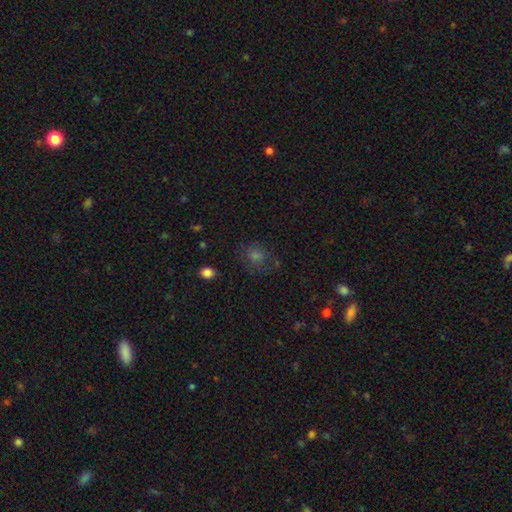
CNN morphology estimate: type=smooth (57%); roundness=round (72%); merging=none (70%).